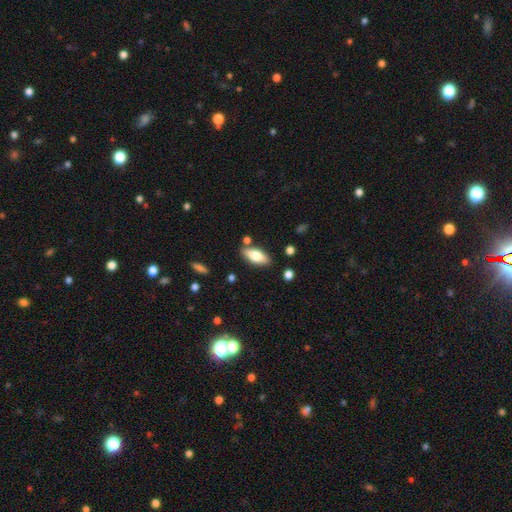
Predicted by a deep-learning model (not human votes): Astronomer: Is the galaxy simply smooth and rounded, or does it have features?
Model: smooth — 70%.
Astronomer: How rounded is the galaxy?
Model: in between — 79%.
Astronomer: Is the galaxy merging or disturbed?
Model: none — 81%.